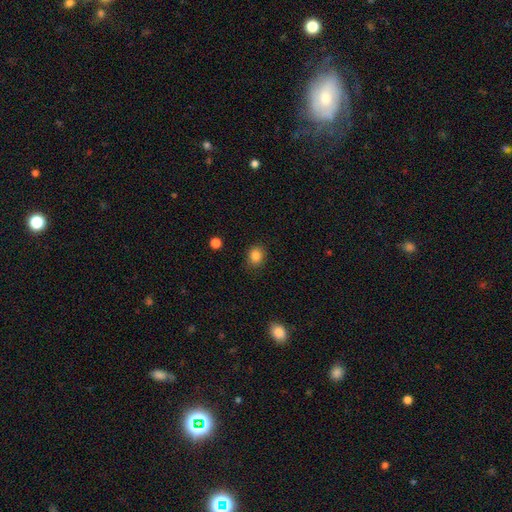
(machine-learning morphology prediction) The model was most divided on "how rounded": round: 64%, in between: 35%, cigar-shaped: 1%. More confident: merging — none (87%); smooth or featured — smooth (84%).